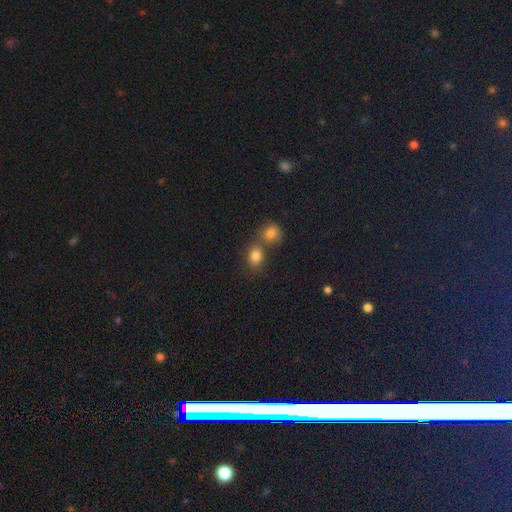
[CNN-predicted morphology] Q: Smooth or featured?
A: smooth (81%); runner-up: star or artifact (11%)
Q: How rounded?
A: in between (58%); runner-up: round (41%)
Q: Merging?
A: merger (47%); runner-up: none (41%)